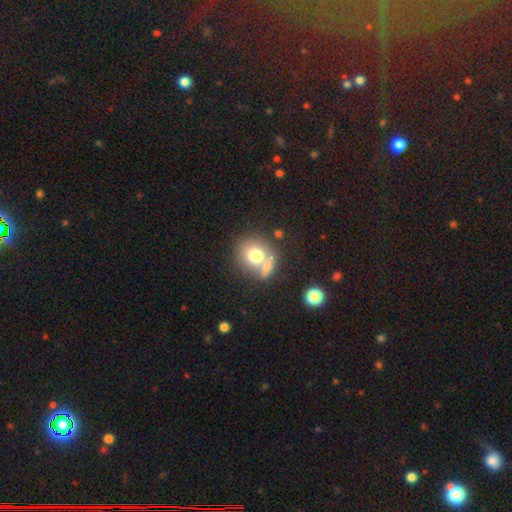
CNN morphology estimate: Smooth or featured? Predicted: smooth (p=0.73). How rounded? Predicted: round (p=0.78). Merging? Predicted: none (p=0.48).